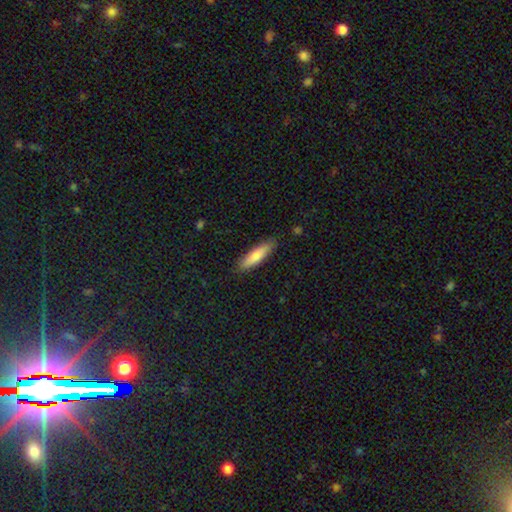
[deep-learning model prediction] A smooth galaxy with no disk features (74%) that is cigar-shaped (73%). Merging: none (87%).